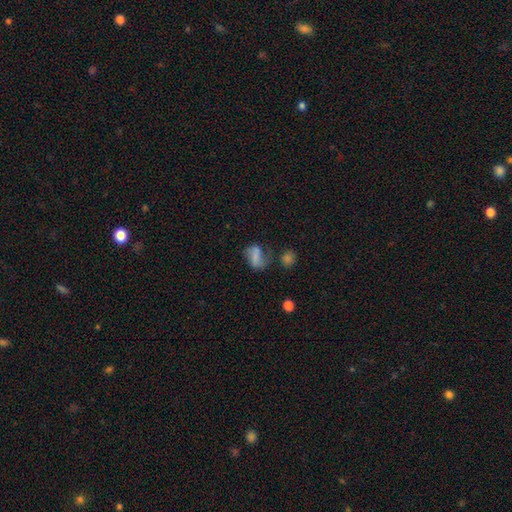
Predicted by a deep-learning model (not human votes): smooth_or_featured: smooth (p=0.59) [alt: featured or disk p=0.28]
how_rounded: in between (p=0.78) [alt: round p=0.19]
merging: none (p=0.39) [alt: minor disturbance p=0.25]